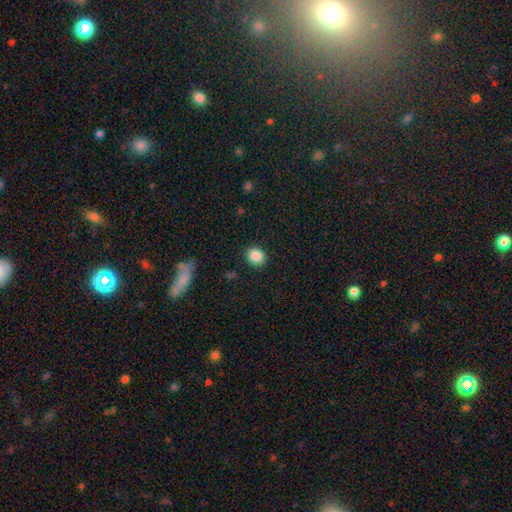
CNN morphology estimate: Smooth or featured? Predicted: smooth (p=0.87). How rounded? Predicted: round (p=0.79). Merging? Predicted: none (p=0.88).